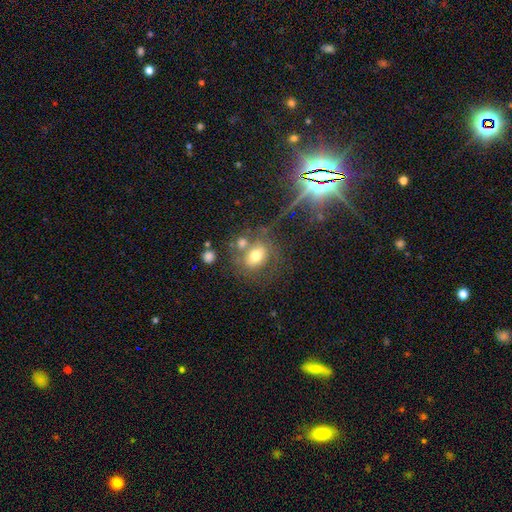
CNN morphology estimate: smooth-or-featured: smooth: 64% | featured or disk: 21% | star or artifact: 15%
  how-rounded: round: 57% | in between: 42% | cigar-shaped: 1%
  merging: none: 53% | merger: 20% | minor disturbance: 15% | major disturbance: 11%